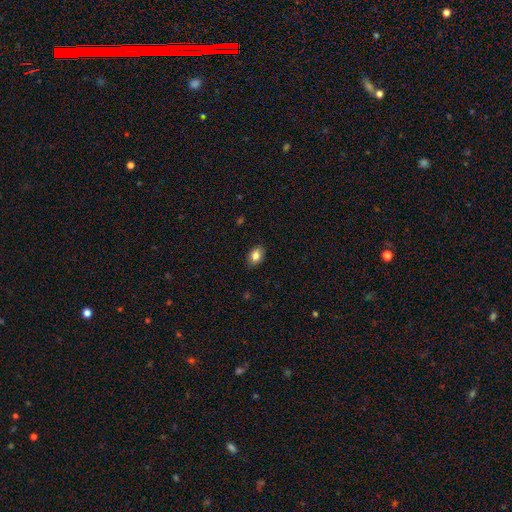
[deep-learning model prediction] This is clearly a smooth galaxy (83%). How rounded: likely in between (79%). Merging: clearly none (88%).